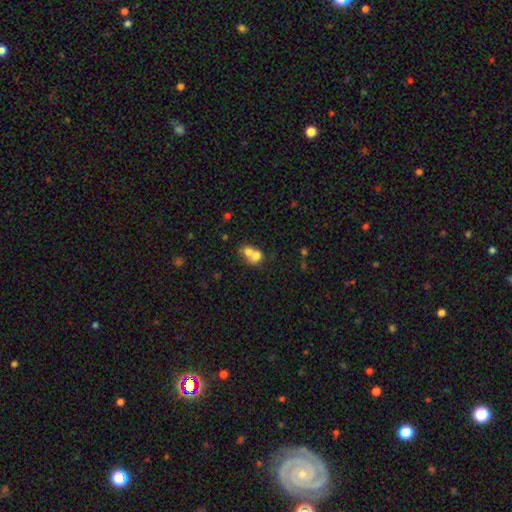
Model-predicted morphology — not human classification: A smooth galaxy with no disk features (69%) that is round (53%).

Vote fractions:
- Smooth or featured? smooth: 69% / featured or disk: 21% / star or artifact: 10%
- How rounded? round: 53% / in between: 46% / cigar-shaped: 1%
- Merging? merger: 72% / none: 19% / minor disturbance: 6% / major disturbance: 4%